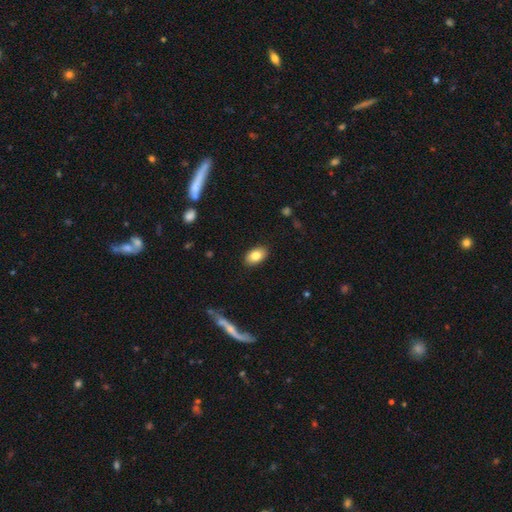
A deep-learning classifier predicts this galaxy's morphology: type=smooth (82%); roundness=in between (90%); merging=none (89%).